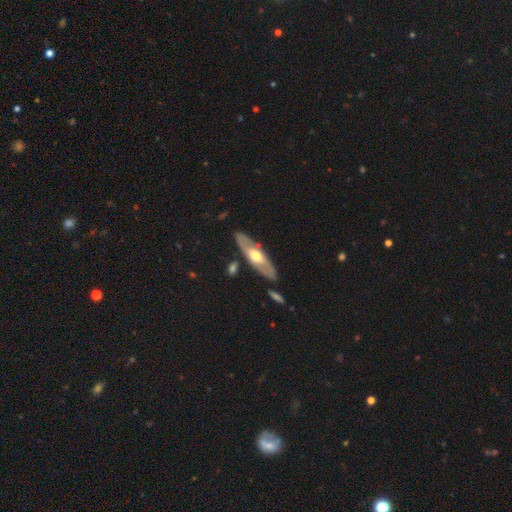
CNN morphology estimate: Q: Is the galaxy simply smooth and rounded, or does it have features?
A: featured or disk — 59%.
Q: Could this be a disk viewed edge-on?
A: no — 52%.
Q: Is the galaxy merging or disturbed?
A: none — 82%.